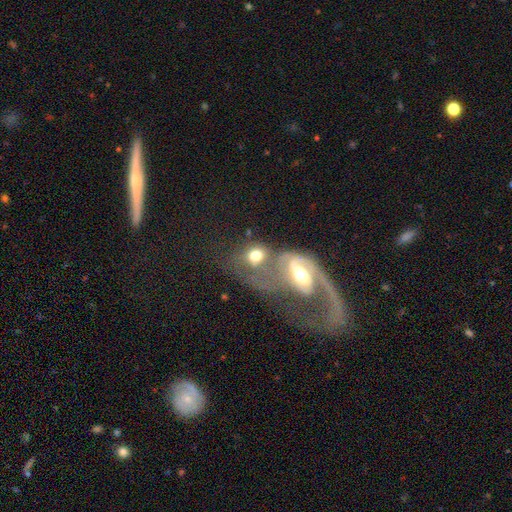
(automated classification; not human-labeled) This is possibly a smooth galaxy (51%). How rounded: possibly in between (53%). Merging: likely merger (61%).